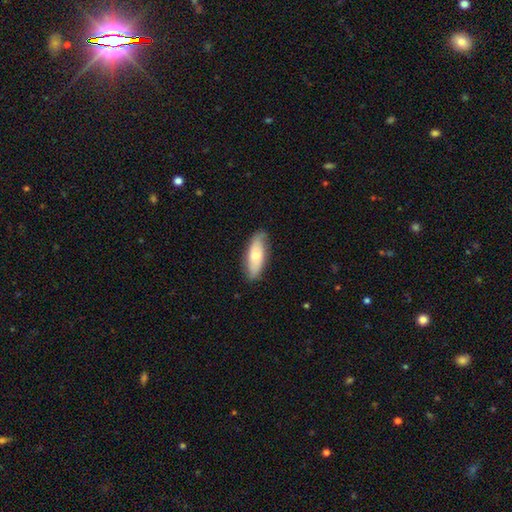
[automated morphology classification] Smooth or featured?
  - smooth: 63% *
  - featured or disk: 32%
  - star or artifact: 6%
How rounded?
  - in between: 70% *
  - cigar-shaped: 28%
  - round: 2%
Merging?
  - none: 78% *
  - minor disturbance: 18%
  - major disturbance: 3%
  - merger: 1%